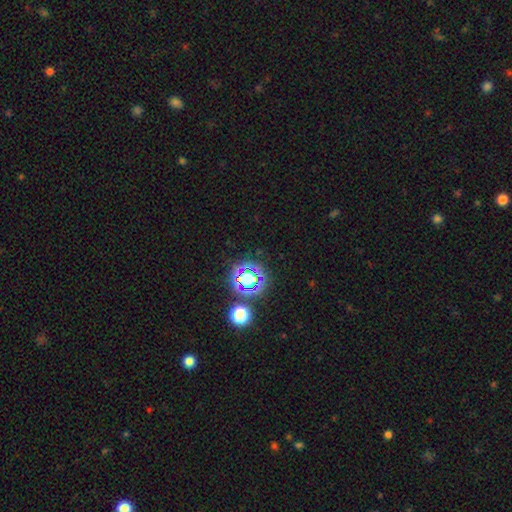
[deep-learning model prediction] A star or artifact, not a galaxy (77%).

Vote fractions:
- Smooth or featured? star or artifact: 77% / smooth: 15% / featured or disk: 8%